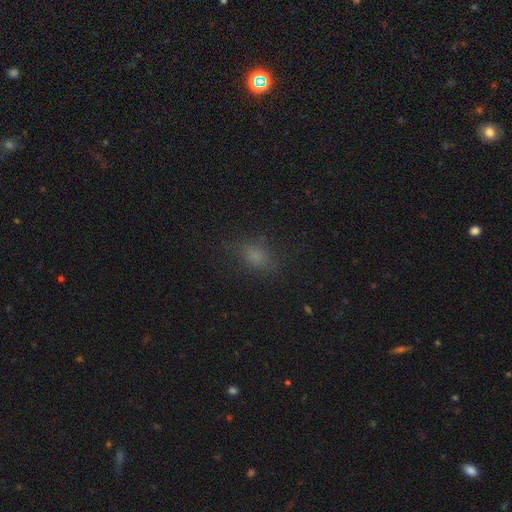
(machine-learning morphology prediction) Smooth or featured: smooth — 73% (star or artifact — 18%)
How rounded: in between — 71% (round — 26%)
Merging: none — 76% (minor disturbance — 15%)